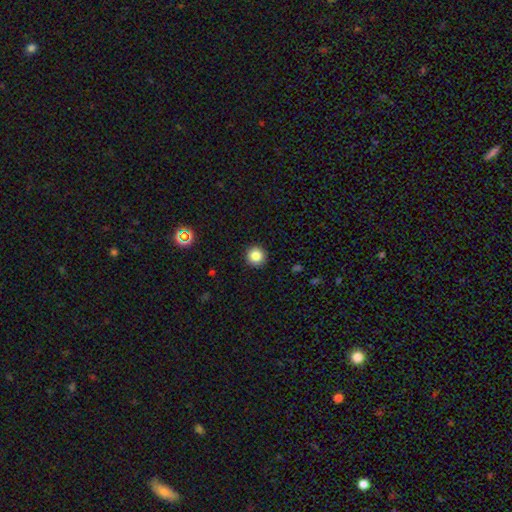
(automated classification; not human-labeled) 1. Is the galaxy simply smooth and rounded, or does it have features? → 84% smooth, 11% star or artifact, 5% featured or disk.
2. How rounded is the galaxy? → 95% round, 4% in between, 1% cigar-shaped.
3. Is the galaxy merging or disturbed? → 93% none, 5% minor disturbance, 2% major disturbance, 1% merger.